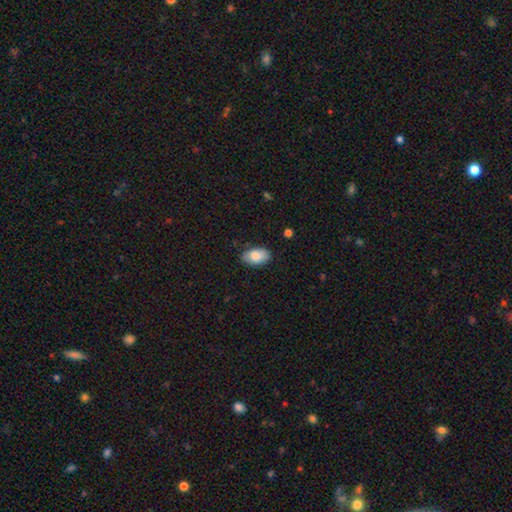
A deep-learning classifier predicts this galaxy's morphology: Smooth or featured?
  - smooth: 81% *
  - featured or disk: 12%
  - star or artifact: 7%
How rounded?
  - in between: 93% *
  - round: 5%
  - cigar-shaped: 1%
Merging?
  - none: 84% *
  - minor disturbance: 13%
  - major disturbance: 2%
  - merger: 1%